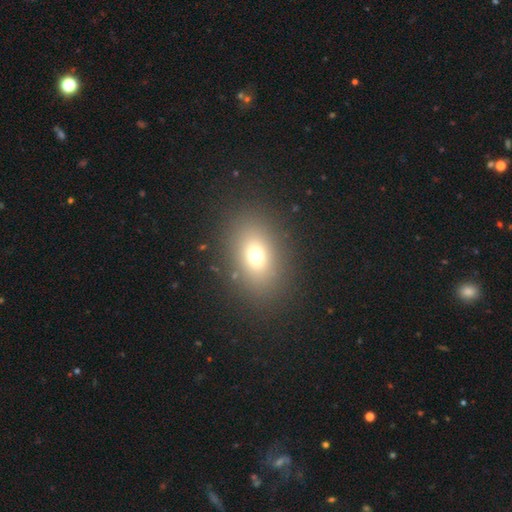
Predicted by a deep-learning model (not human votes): A smooth galaxy with no disk features (70%) that is in between round and cigar-shaped (71%).

Vote fractions:
- Smooth or featured? smooth: 70% / star or artifact: 17% / featured or disk: 14%
- How rounded? in between: 71% / round: 27% / cigar-shaped: 2%
- Merging? none: 85% / minor disturbance: 8% / major disturbance: 5% / merger: 1%